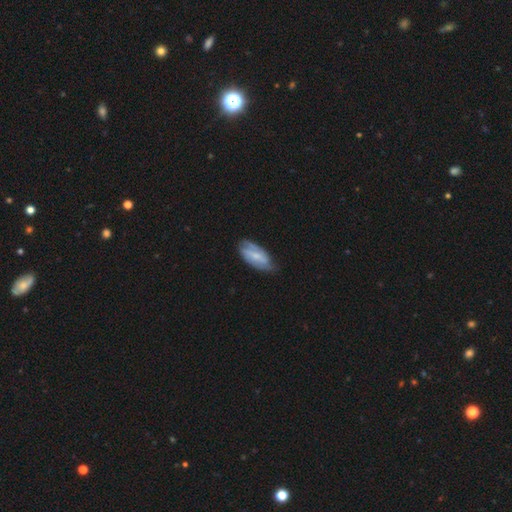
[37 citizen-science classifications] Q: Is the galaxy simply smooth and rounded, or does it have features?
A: smooth — 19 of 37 (51%).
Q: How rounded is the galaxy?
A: in between — 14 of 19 (74%).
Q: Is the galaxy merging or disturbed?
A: none — 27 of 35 (77%).